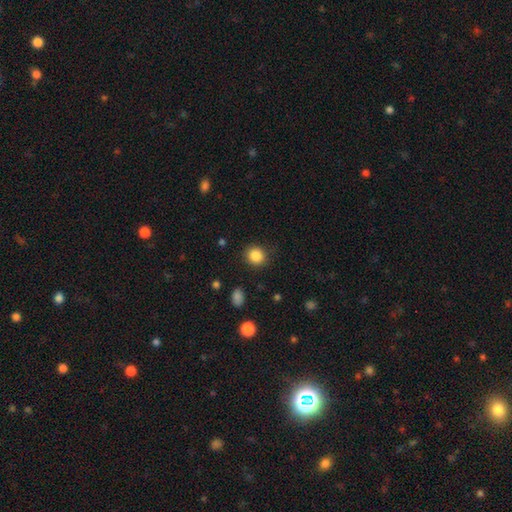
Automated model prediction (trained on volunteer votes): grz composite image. It shows a smooth galaxy with no disk features (87%) that is round (85%). Merging: none (88%).